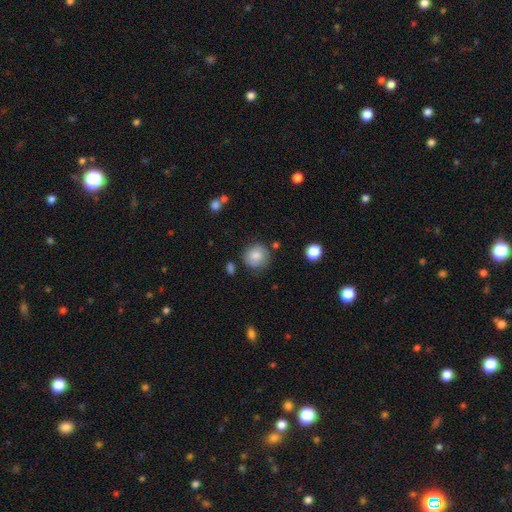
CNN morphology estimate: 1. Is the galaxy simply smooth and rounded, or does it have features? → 83% smooth, 9% star or artifact, 9% featured or disk.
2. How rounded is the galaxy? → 90% round, 9% in between, 1% cigar-shaped.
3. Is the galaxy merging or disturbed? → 79% none, 14% minor disturbance, 4% merger, 4% major disturbance.